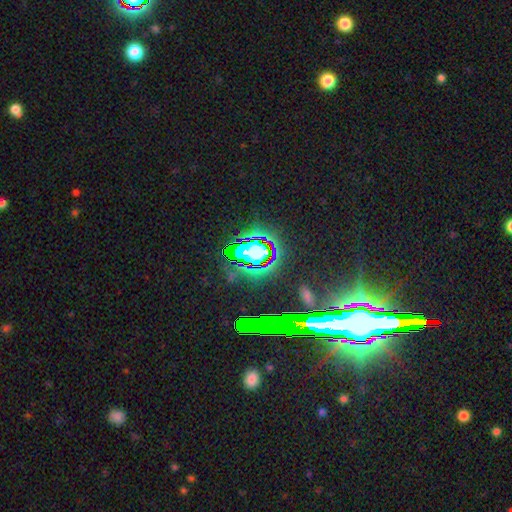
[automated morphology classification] A star or artifact, not a galaxy (84%).